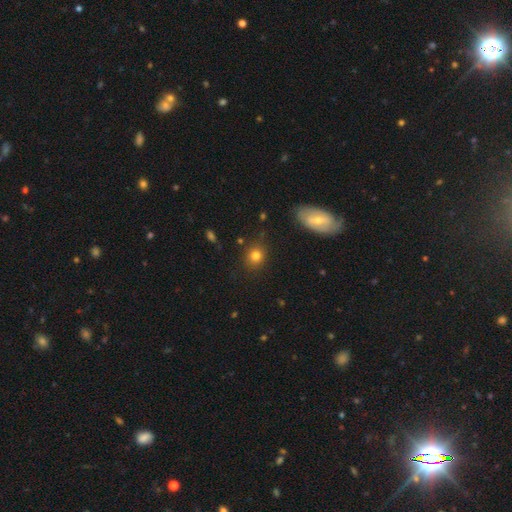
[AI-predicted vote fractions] Smooth or featured? smooth (80%)
How rounded? round (76%)
Merging? none (85%)